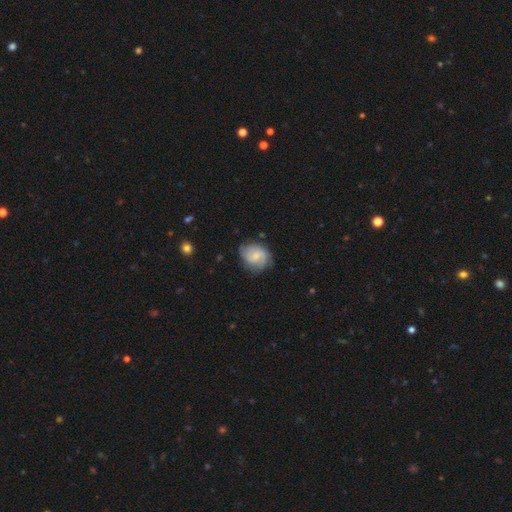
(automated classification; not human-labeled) Overall: featured or disk (47%; smooth 46%). Merging: none (66%).